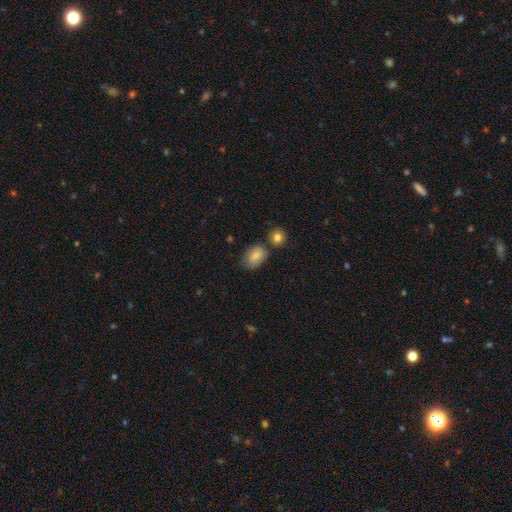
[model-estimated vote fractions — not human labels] Smooth or featured: smooth — 80% (featured or disk — 11%)
How rounded: in between — 75% (round — 24%)
Merging: none — 58% (minor disturbance — 26%)